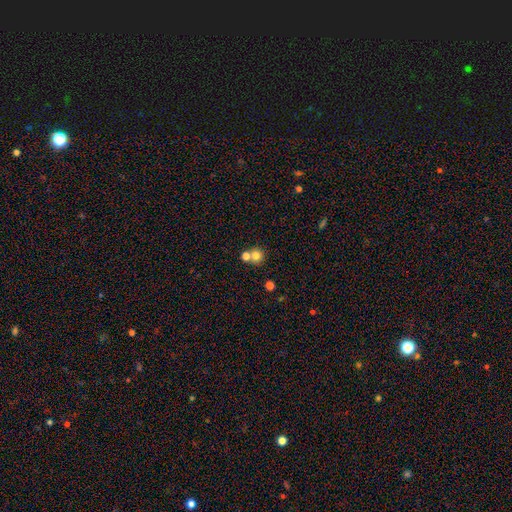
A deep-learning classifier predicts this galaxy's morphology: A smooth galaxy with no disk features (77%) that is round (90%). Merging: none (52%).